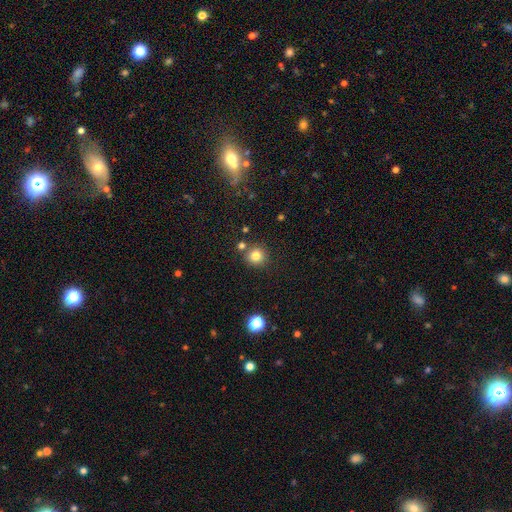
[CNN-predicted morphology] Overall: smooth (81%). How rounded: round (93%). Merging: none (79%).